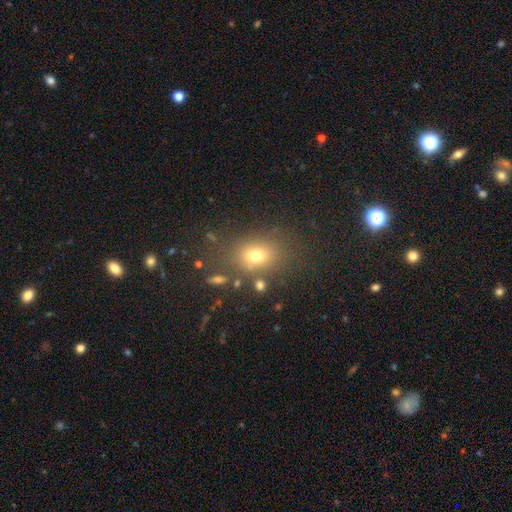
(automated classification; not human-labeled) Q: Smooth or featured?
A: smooth (71%); runner-up: star or artifact (17%)
Q: How rounded?
A: in between (56%); runner-up: round (43%)
Q: Merging?
A: none (75%); runner-up: minor disturbance (13%)